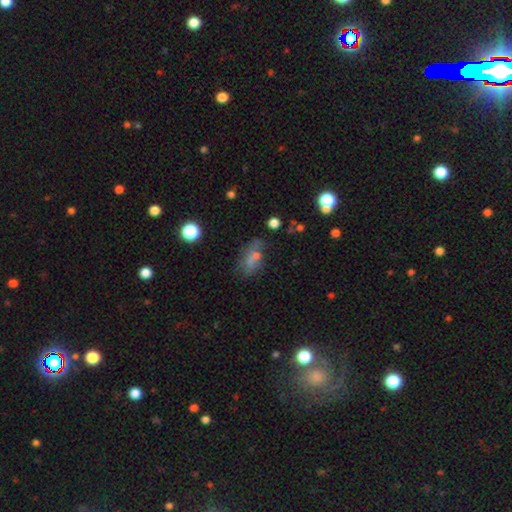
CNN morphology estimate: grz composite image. It shows a smooth galaxy with no disk features (56%) that is in between round and cigar-shaped (77%). Merging: none (47%).